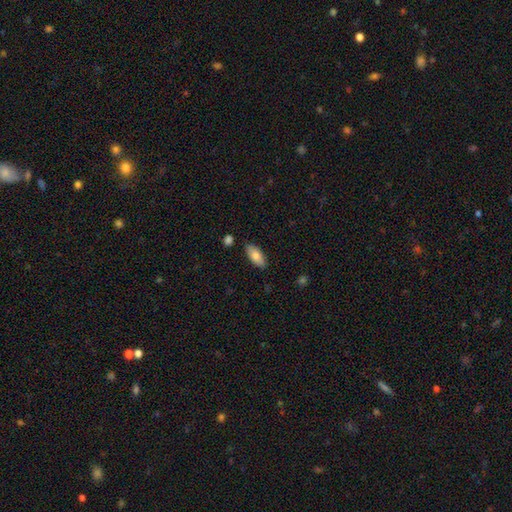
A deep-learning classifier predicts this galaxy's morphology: A smooth galaxy with no disk features (80%) that is in between round and cigar-shaped (86%).

Vote fractions:
- Smooth or featured? smooth: 80% / featured or disk: 14% / star or artifact: 6%
- How rounded? in between: 86% / cigar-shaped: 12% / round: 2%
- Merging? none: 85% / minor disturbance: 10% / merger: 2% / major disturbance: 2%